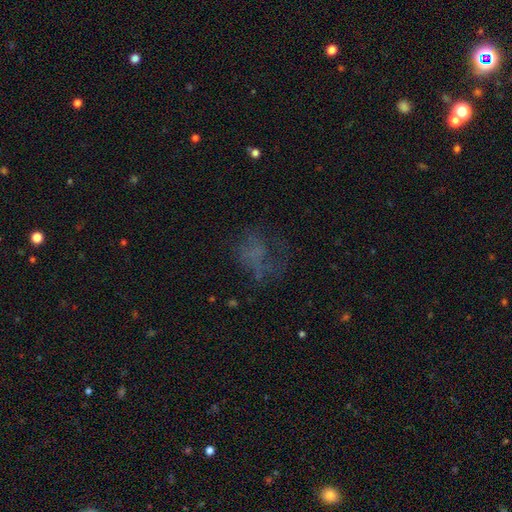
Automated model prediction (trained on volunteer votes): Smooth or featured: smooth — 37% (featured or disk — 33%)
Merging: none — 47% (major disturbance — 33%)